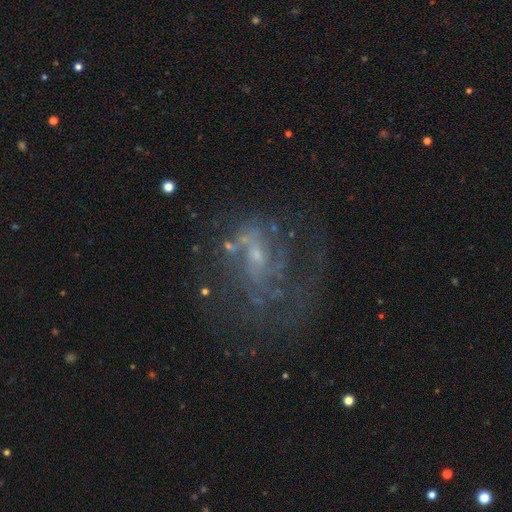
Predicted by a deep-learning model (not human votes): Smooth or featured: featured or disk — 71% (star or artifact — 15%)
Edge-on disk: no — 97% (yes — 3%)
Bar: no — 59% (weak — 34%)
Spiral arms: yes — 63% (no — 37%)
Bulge size: small — 64% (moderate — 17%)
Merging: none — 48% (major disturbance — 29%)